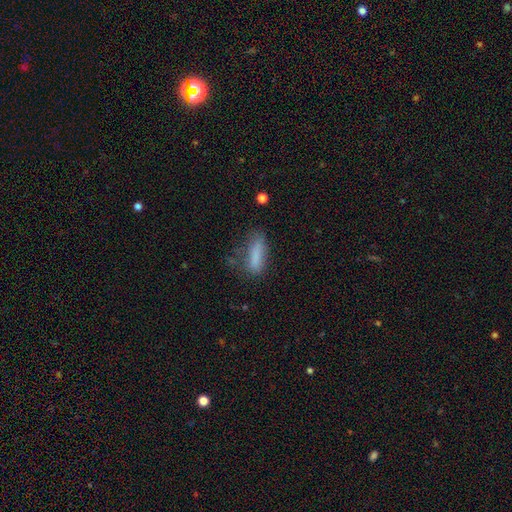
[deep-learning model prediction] smooth-or-featured: smooth: 75% | featured or disk: 15% | star or artifact: 10%
  how-rounded: cigar-shaped: 55% | in between: 43% | round: 2%
  merging: none: 52% | minor disturbance: 27% | major disturbance: 17% | merger: 4%